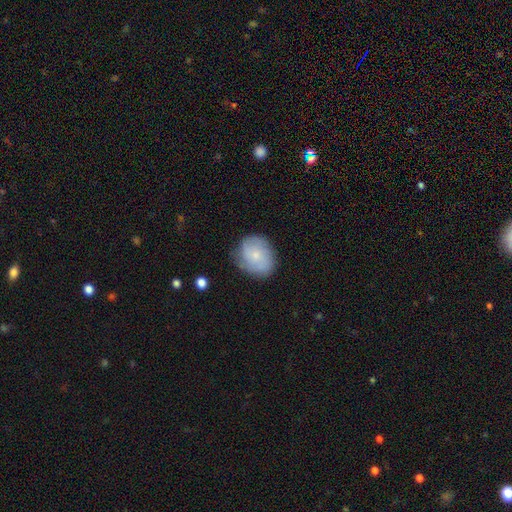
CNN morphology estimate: smooth 52%, featured or disk 41%, star or artifact 7%. Down the decision tree: how rounded — round (61%); merging — none (69%).